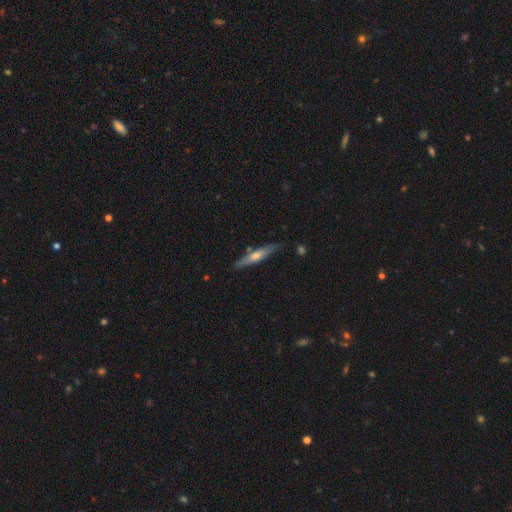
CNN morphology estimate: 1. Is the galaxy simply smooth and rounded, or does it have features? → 52% featured or disk, 42% smooth, 6% star or artifact.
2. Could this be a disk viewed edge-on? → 92% yes, 8% no.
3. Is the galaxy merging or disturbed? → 83% none, 11% minor disturbance, 3% merger, 2% major disturbance.